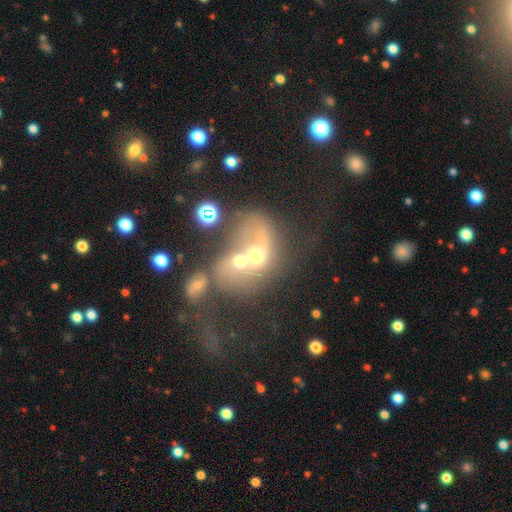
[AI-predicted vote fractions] featured or disk 42%, smooth 41%, star or artifact 17%. Down the decision tree: merging — merger (72%).